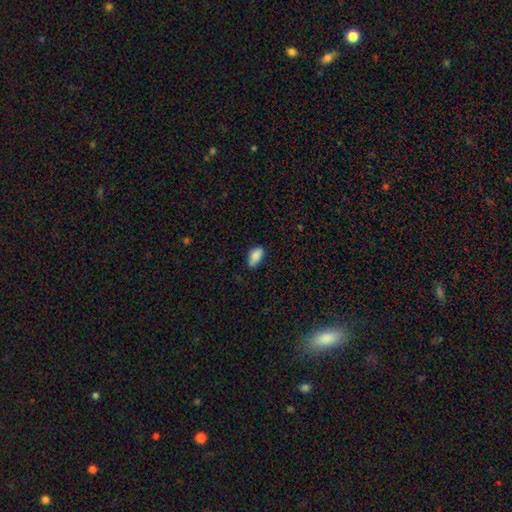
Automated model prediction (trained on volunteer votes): Smooth or featured: smooth — 87% (star or artifact — 7%)
How rounded: in between — 92% (cigar-shaped — 5%)
Merging: none — 71% (minor disturbance — 24%)